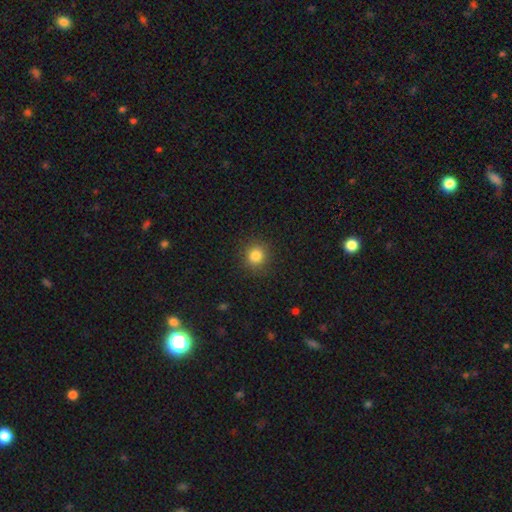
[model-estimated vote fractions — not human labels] Smooth or featured: smooth — 83% (star or artifact — 12%)
How rounded: round — 89% (in between — 10%)
Merging: none — 90% (minor disturbance — 7%)